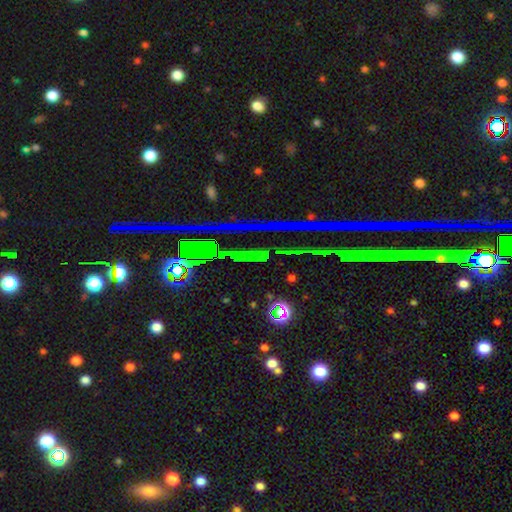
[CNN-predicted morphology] A star or artifact, not a galaxy (78%).

Vote fractions:
- Smooth or featured? star or artifact: 78% / featured or disk: 12% / smooth: 11%